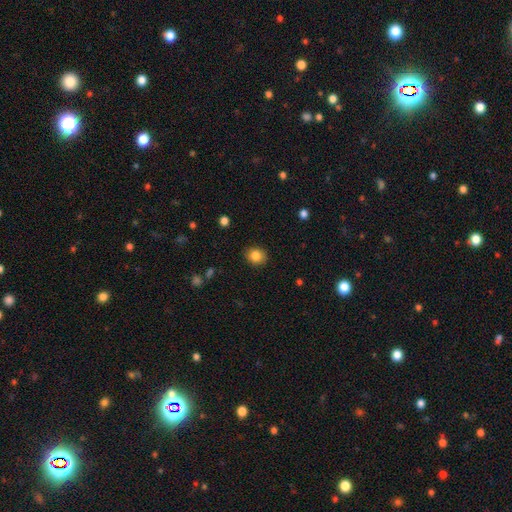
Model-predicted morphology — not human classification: Smooth or featured? smooth (83%)
How rounded? round (70%)
Merging? none (88%)